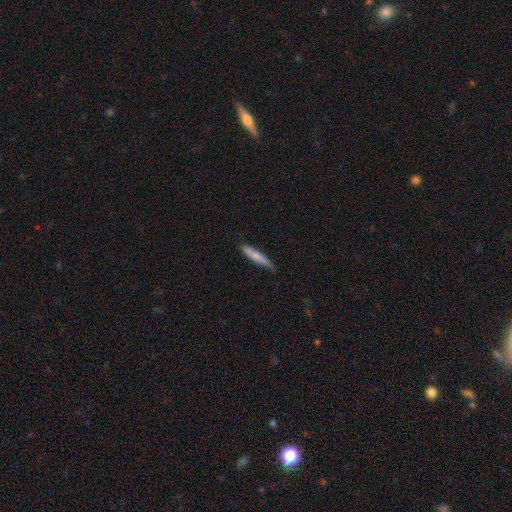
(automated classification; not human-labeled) smooth-or-featured: smooth: 74% | featured or disk: 20% | star or artifact: 6%
  how-rounded: cigar-shaped: 91% | in between: 7% | round: 1%
  merging: none: 73% | minor disturbance: 22% | major disturbance: 3% | merger: 2%